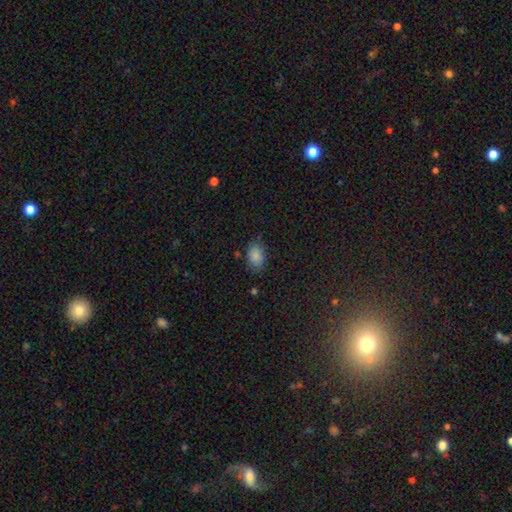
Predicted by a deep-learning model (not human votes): Smooth or featured? smooth (83%)
How rounded? in between (84%)
Merging? none (75%)